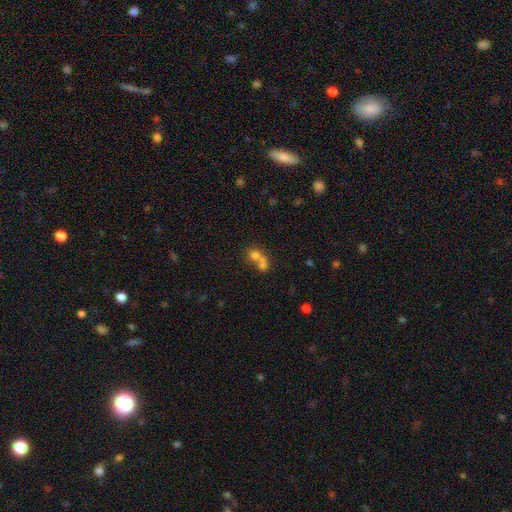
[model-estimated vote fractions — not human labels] smooth_or_featured: smooth (p=0.66) [alt: featured or disk p=0.19]
how_rounded: round (p=0.73) [alt: in between p=0.26]
merging: merger (p=0.64) [alt: none p=0.27]